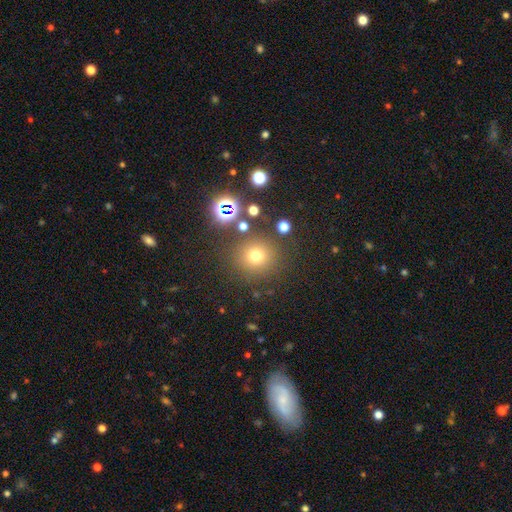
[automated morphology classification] A smooth galaxy with no disk features (70%) that is round (92%).

Vote fractions:
- Smooth or featured? smooth: 70% / star or artifact: 22% / featured or disk: 8%
- How rounded? round: 92% / in between: 7% / cigar-shaped: 1%
- Merging? none: 83% / minor disturbance: 8% / merger: 5% / major disturbance: 4%